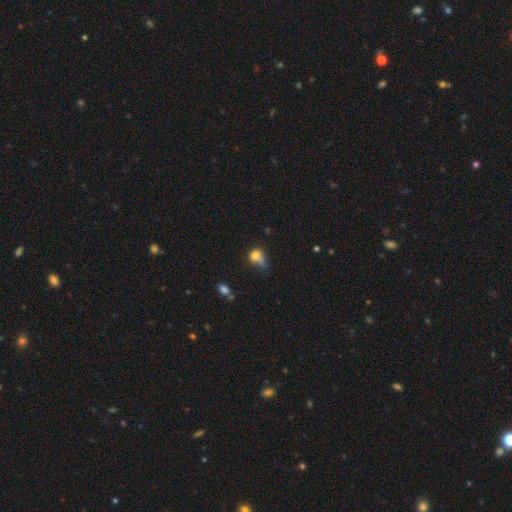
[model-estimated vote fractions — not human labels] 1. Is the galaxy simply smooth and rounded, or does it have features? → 74% smooth, 14% featured or disk, 12% star or artifact.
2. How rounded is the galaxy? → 58% round, 40% in between, 2% cigar-shaped.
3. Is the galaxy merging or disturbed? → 31% none, 26% minor disturbance, 22% major disturbance, 21% merger.